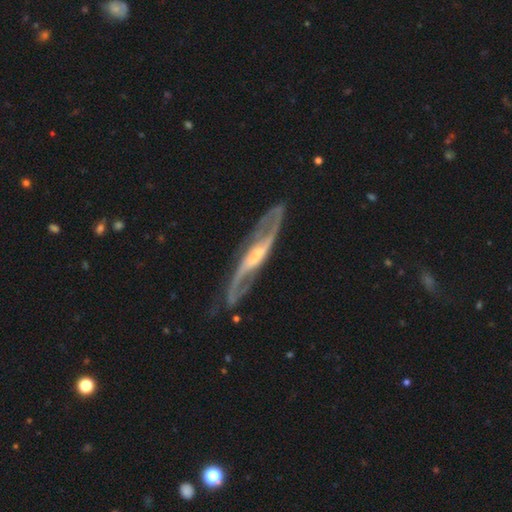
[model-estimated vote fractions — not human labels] Smooth or featured?
  - featured or disk: 91% *
  - smooth: 5%
  - star or artifact: 4%
Edge-on disk?
  - no: 81% *
  - yes: 19%
Bar?
  - strong: 39% *
  - weak: 38%
  - no: 22%
Spiral arms?
  - yes: 97% *
  - no: 3%
Spiral winding?
  - medium: 48% *
  - loose: 37%
  - tight: 15%
Spiral arm count?
  - 2: 92% *
  - can't tell: 3%
  - 1: 1%
  - 3: 1%
  - 4: 1%
  - more than 4: 1%
Bulge size?
  - small: 46% *
  - moderate: 39%
  - none: 8%
  - large: 7%
  - dominant: 1%
Merging?
  - none: 77% *
  - minor disturbance: 15%
  - major disturbance: 7%
  - merger: 2%